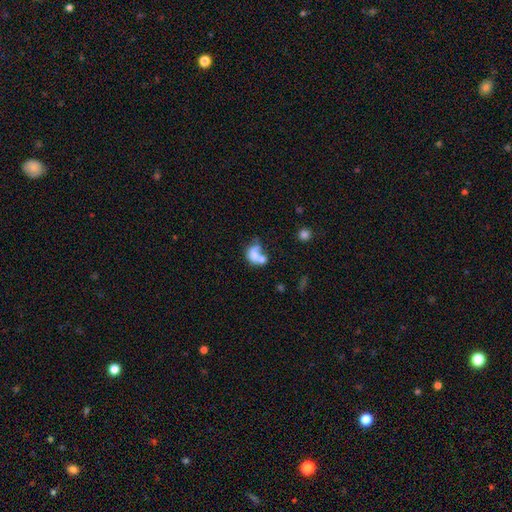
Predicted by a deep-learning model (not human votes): A smooth galaxy with no disk features (60%) that is in between round and cigar-shaped (66%). Merging: merger (55%).